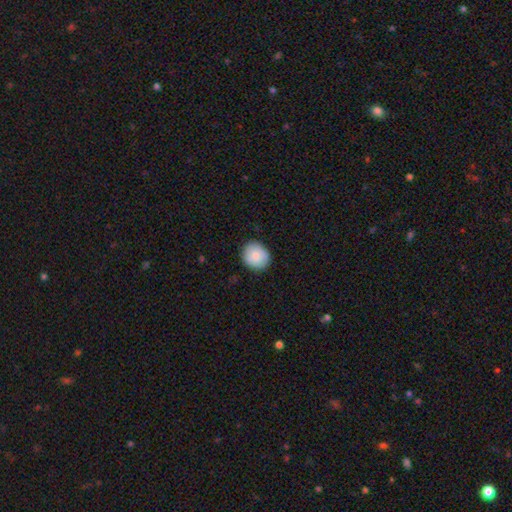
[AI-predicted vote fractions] A smooth galaxy with no disk features (84%) that is round (78%). Merging: none (87%).